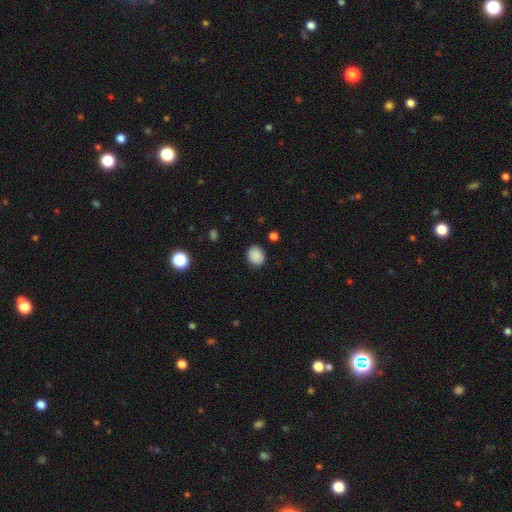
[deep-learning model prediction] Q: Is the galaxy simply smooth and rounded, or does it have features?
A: smooth — 88%.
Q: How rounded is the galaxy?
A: round — 68%.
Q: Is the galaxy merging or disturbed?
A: none — 88%.